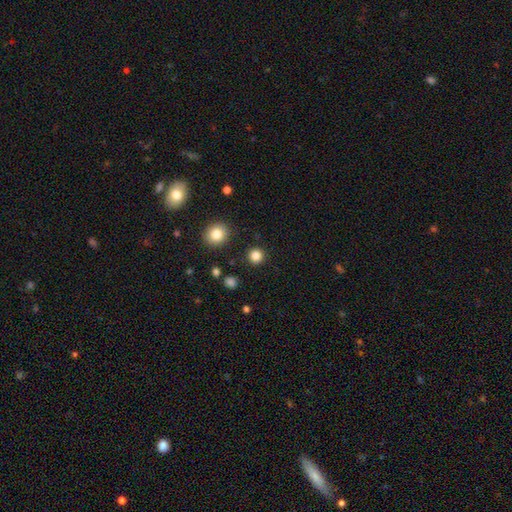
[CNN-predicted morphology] Q: Smooth or featured?
A: smooth (83%); runner-up: star or artifact (13%)
Q: How rounded?
A: round (94%); runner-up: in between (5%)
Q: Merging?
A: none (91%); runner-up: minor disturbance (5%)